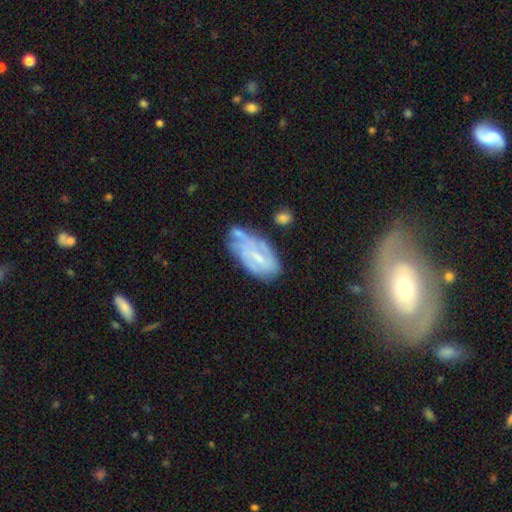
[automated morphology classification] This is likely a featured or disk galaxy (63%). It is clearly not viewed edge-on (95%). Bar: possibly weak (46%). Spiral arm pattern: likely yes (69%). Central bulge: possibly small (55%). Merging: marginally none (39%).